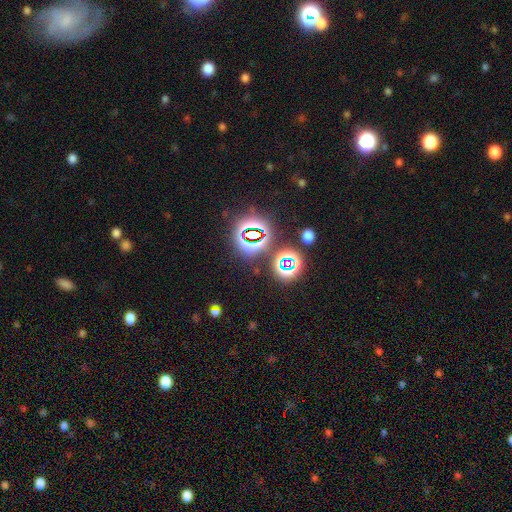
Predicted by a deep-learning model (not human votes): Smooth or featured? Predicted: star or artifact (p=0.78).